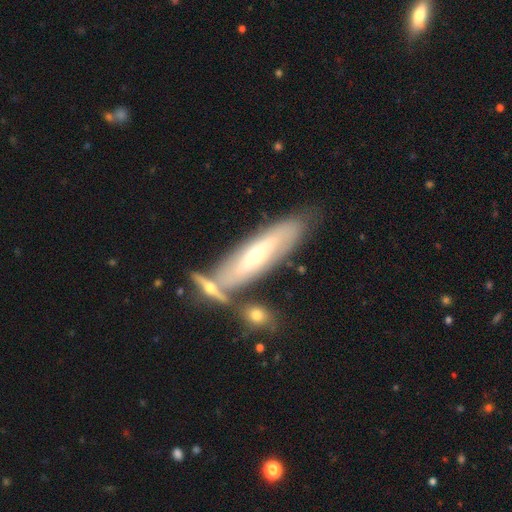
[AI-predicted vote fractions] The model was most divided on "edge-on disk": no: 58%, yes: 42%. More confident: smooth or featured — featured or disk (63%); merging — none (62%).